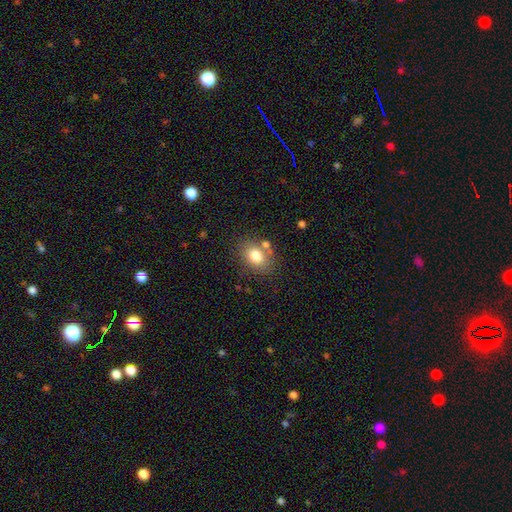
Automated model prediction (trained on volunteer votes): smooth-or-featured: smooth: 79% | featured or disk: 11% | star or artifact: 10%
  how-rounded: in between: 63% | round: 36% | cigar-shaped: 1%
  merging: none: 72% | minor disturbance: 14% | merger: 10% | major disturbance: 4%